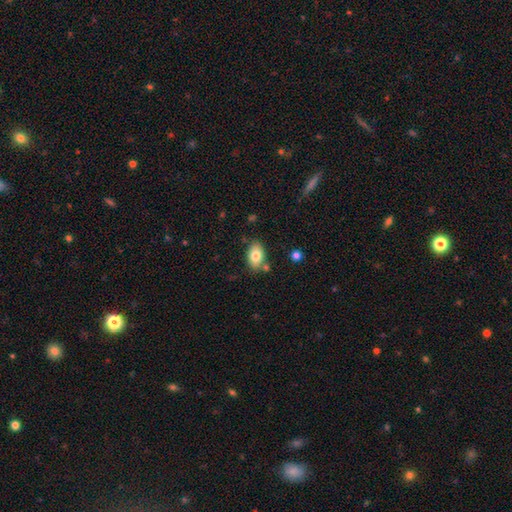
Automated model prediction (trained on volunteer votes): Smooth or featured?
  - smooth: 79% *
  - featured or disk: 13%
  - star or artifact: 8%
How rounded?
  - in between: 89% *
  - round: 10%
  - cigar-shaped: 1%
Merging?
  - none: 76% *
  - minor disturbance: 14%
  - merger: 7%
  - major disturbance: 3%